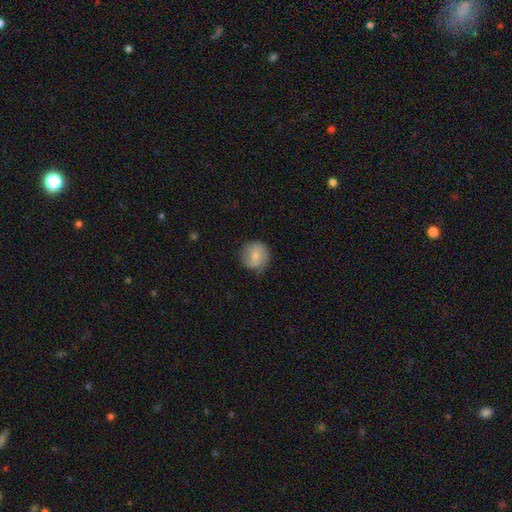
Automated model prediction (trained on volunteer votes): The model was most divided on "smooth or featured": smooth: 68%, featured or disk: 25%, star or artifact: 7%. More confident: how rounded — round (91%); merging — none (72%).